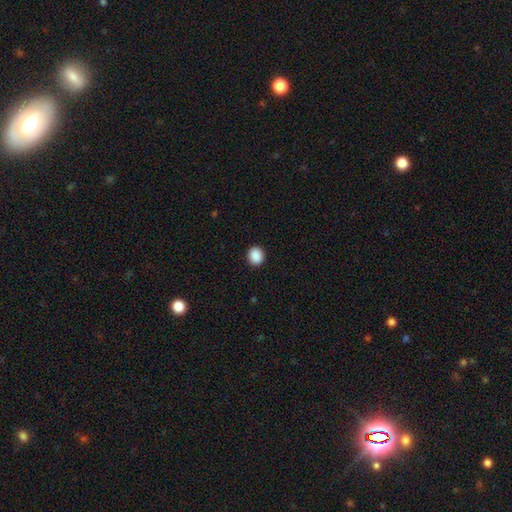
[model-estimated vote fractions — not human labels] Q: Smooth or featured?
A: smooth (89%); runner-up: star or artifact (8%)
Q: How rounded?
A: round (80%); runner-up: in between (20%)
Q: Merging?
A: none (92%); runner-up: minor disturbance (5%)